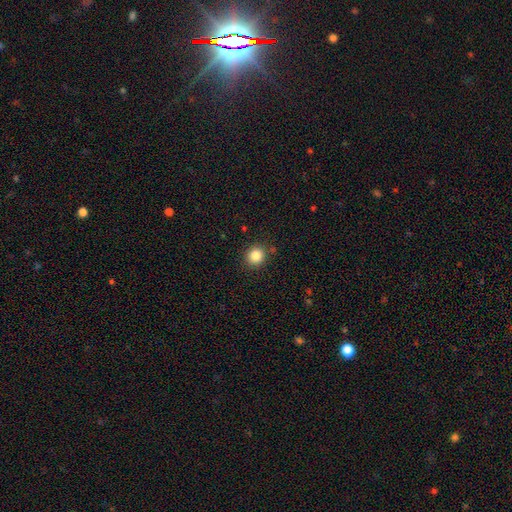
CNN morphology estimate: Smooth or featured: smooth — 85% (star or artifact — 11%)
How rounded: round — 88% (in between — 11%)
Merging: none — 88% (minor disturbance — 8%)